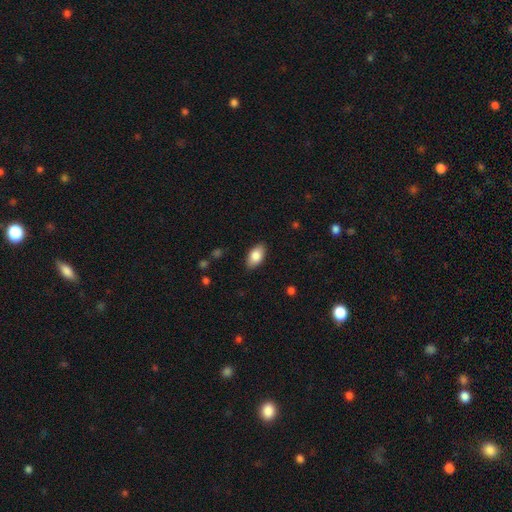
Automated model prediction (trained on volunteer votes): The model was most divided on "smooth or featured": smooth: 83%, featured or disk: 10%, star or artifact: 7%. More confident: how rounded — in between (93%); merging — none (87%).